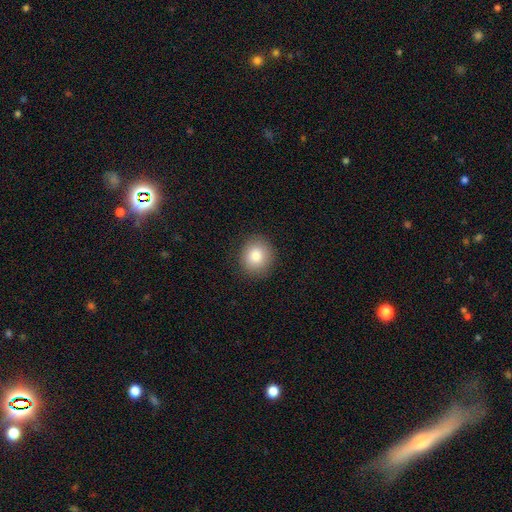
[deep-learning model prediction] smooth_or_featured: smooth (p=0.83) [alt: star or artifact p=0.09]
how_rounded: round (p=0.83) [alt: in between p=0.16]
merging: none (p=0.89) [alt: minor disturbance p=0.08]